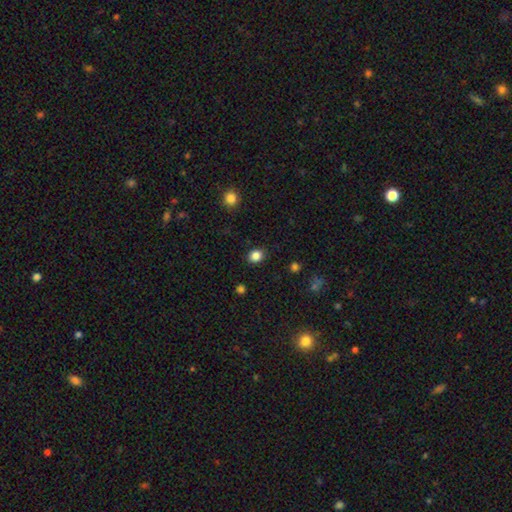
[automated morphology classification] The model was most divided on "how rounded": round: 59%, in between: 40%, cigar-shaped: 1%. More confident: merging — none (88%); smooth or featured — smooth (85%).